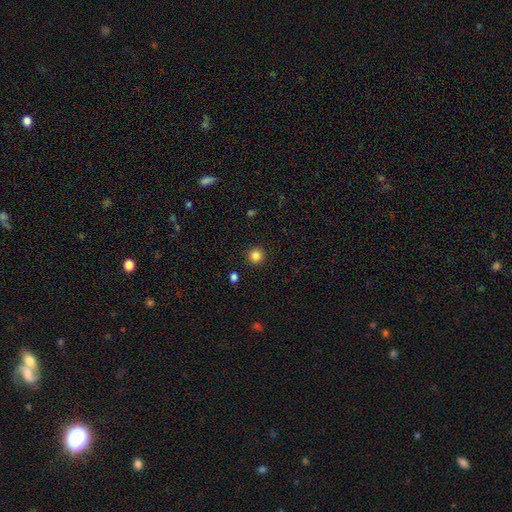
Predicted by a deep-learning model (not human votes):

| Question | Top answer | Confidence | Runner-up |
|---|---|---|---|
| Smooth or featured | smooth | 84% | star or artifact (12%) |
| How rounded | round | 94% | in between (5%) |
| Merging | none | 91% | minor disturbance (5%) |